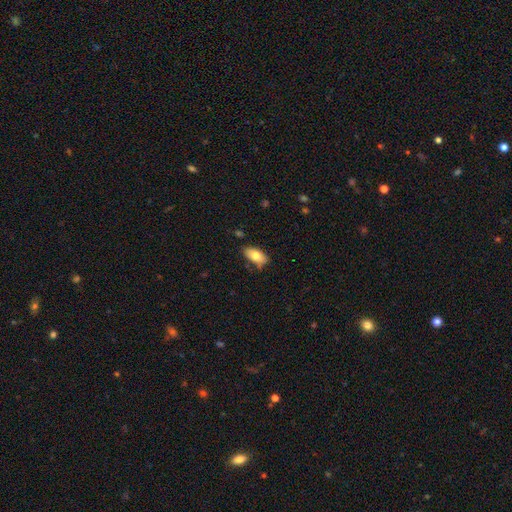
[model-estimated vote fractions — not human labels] This is likely a smooth galaxy (74%). How rounded: clearly in between (90%). Merging: likely none (72%).